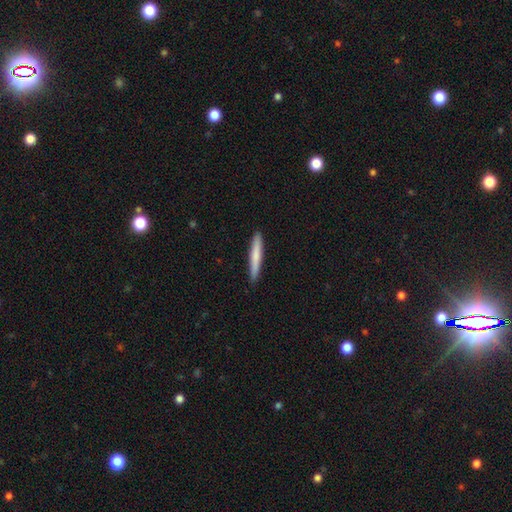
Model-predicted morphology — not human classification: A smooth galaxy with no disk features (72%) that is cigar-shaped (95%). Merging: none (91%).